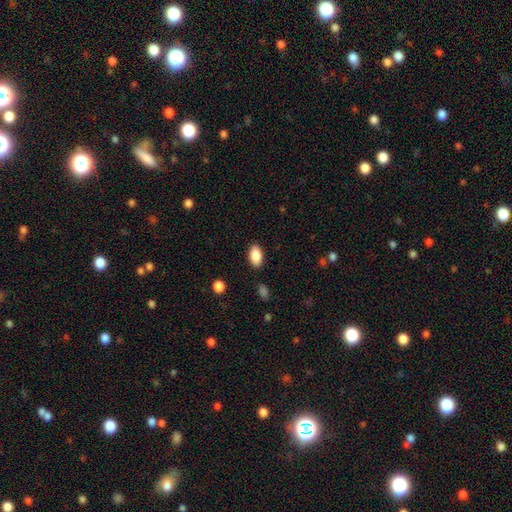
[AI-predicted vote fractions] The model was most divided on "merging": none: 88%, minor disturbance: 9%, major disturbance: 2%, merger: 1%. More confident: how rounded — in between (93%); smooth or featured — smooth (87%).